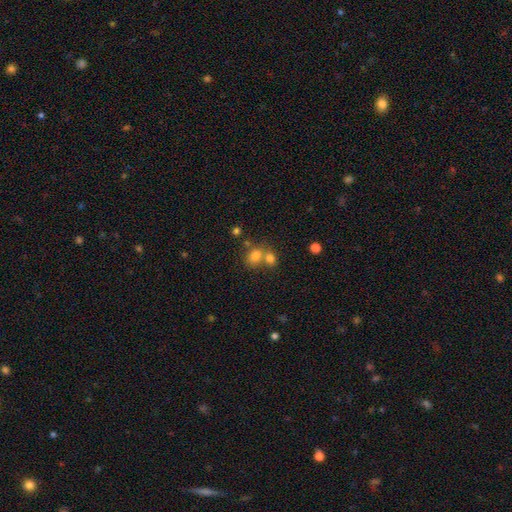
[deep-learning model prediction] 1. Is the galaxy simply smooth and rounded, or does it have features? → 77% smooth, 13% star or artifact, 10% featured or disk.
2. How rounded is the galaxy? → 50% round, 49% in between, 1% cigar-shaped.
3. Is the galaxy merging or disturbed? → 48% merger, 40% none, 9% minor disturbance, 4% major disturbance.